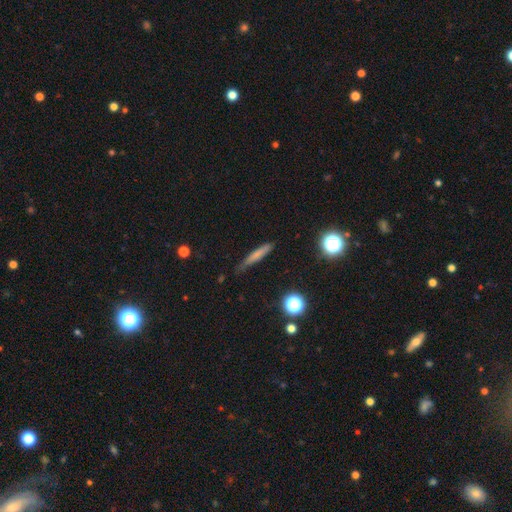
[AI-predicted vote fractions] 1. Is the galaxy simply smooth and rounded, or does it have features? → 63% smooth, 26% featured or disk, 11% star or artifact.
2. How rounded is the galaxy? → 90% cigar-shaped, 6% in between, 4% round.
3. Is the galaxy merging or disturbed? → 79% none, 17% minor disturbance, 3% major disturbance, 2% merger.